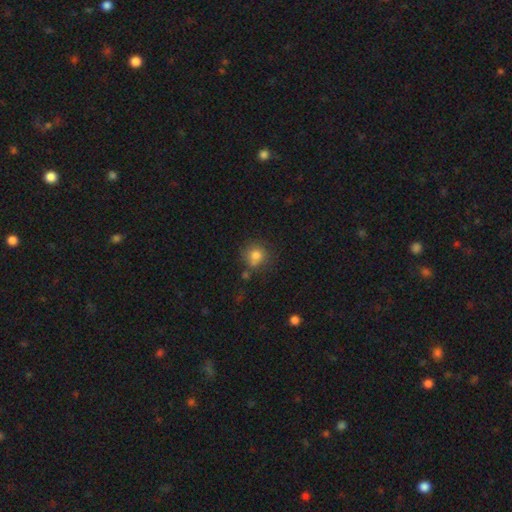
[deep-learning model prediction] smooth-or-featured: smooth: 79% | star or artifact: 11% | featured or disk: 10%
  how-rounded: round: 83% | in between: 16% | cigar-shaped: 1%
  merging: none: 61% | minor disturbance: 19% | merger: 12% | major disturbance: 7%